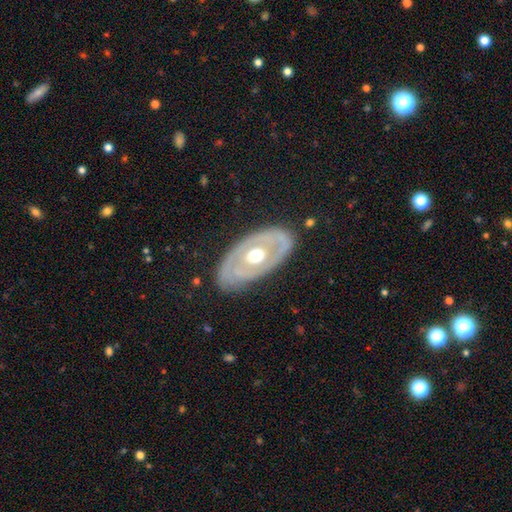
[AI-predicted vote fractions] This is likely a featured or disk galaxy (74%). It is clearly not viewed edge-on (90%). Bar: clearly no (86%). Spiral arm pattern: likely no (60%). Central bulge: likely moderate (72%). Merging: likely none (79%).